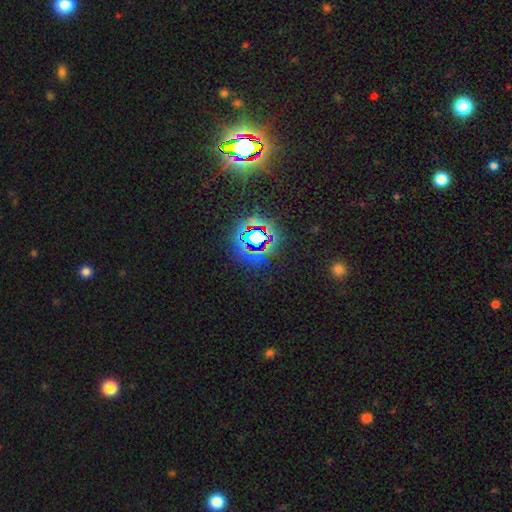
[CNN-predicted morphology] Overall: star or artifact (77%).